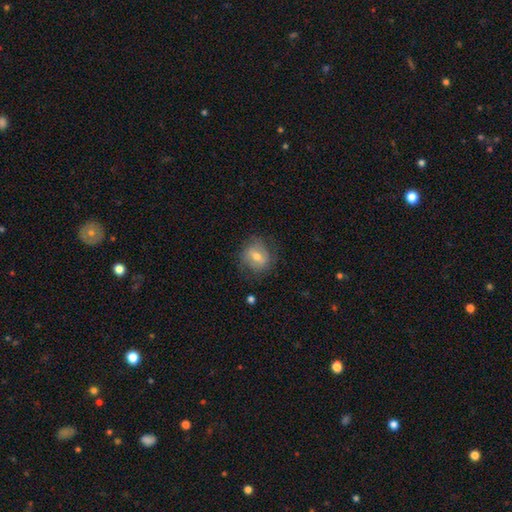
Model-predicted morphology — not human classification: smooth-or-featured: smooth: 49% | featured or disk: 42% | star or artifact: 9%
  merging: none: 73% | minor disturbance: 19% | major disturbance: 8% | merger: 1%